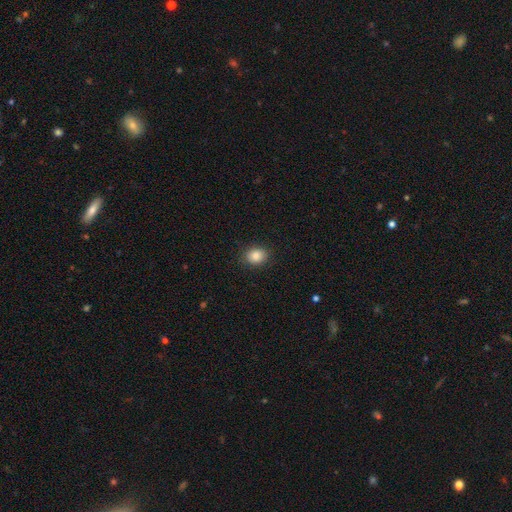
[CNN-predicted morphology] Overall: smooth (87%). How rounded: in between (54%; round 45%). Merging: none (88%).